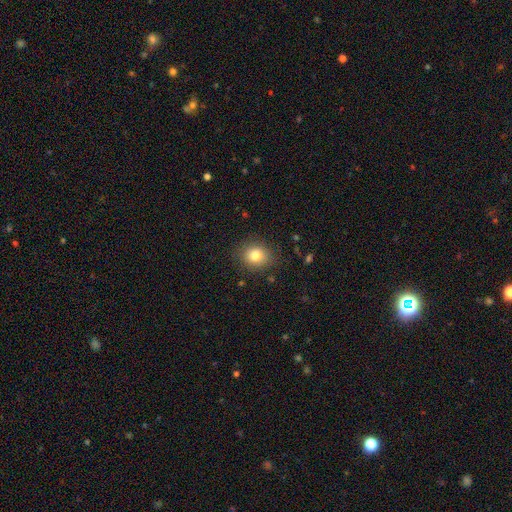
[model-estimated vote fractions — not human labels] A smooth galaxy with no disk features (80%) that is round (71%). Merging: none (86%).